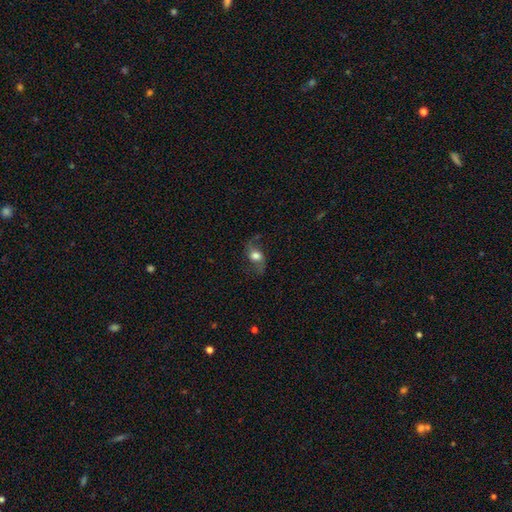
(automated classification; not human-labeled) Q: Smooth or featured?
A: featured or disk (50%); runner-up: smooth (40%)
Q: Merging?
A: none (66%); runner-up: minor disturbance (19%)